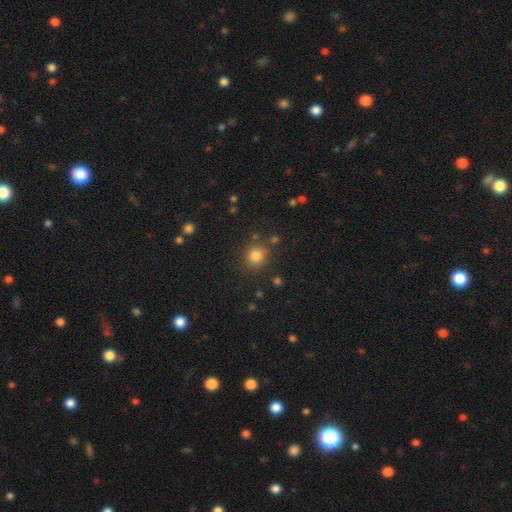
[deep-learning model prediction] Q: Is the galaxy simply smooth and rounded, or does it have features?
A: smooth — 81%.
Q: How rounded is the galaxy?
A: round — 89%.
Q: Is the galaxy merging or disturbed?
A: none — 81%.